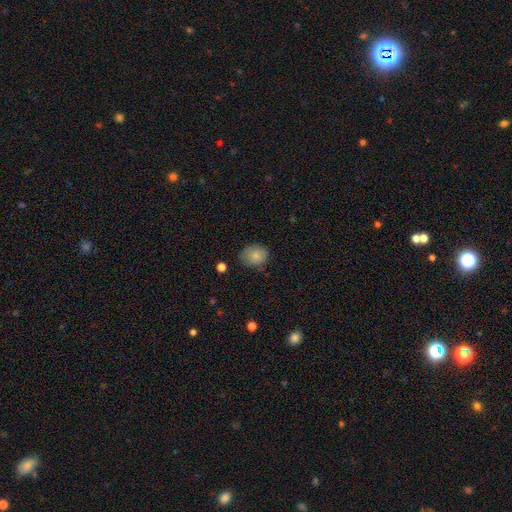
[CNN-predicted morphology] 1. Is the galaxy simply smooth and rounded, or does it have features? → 83% smooth, 9% featured or disk, 8% star or artifact.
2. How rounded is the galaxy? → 54% round, 45% in between, 1% cigar-shaped.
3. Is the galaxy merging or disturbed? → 74% none, 20% minor disturbance, 4% major disturbance, 2% merger.